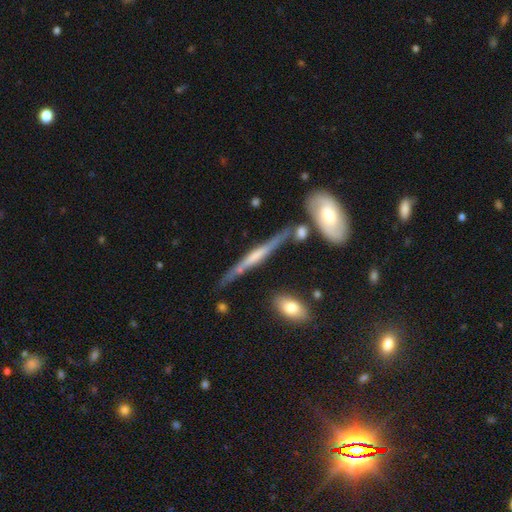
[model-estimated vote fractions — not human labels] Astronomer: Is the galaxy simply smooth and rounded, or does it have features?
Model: featured or disk — 71%.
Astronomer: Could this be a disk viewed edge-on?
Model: yes — 93%.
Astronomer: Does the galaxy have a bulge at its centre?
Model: rounded — 71%.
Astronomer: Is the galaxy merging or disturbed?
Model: none — 76%.